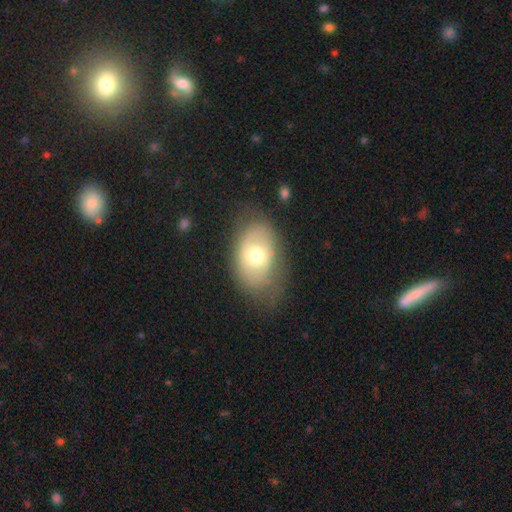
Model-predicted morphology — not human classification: This is possibly a smooth galaxy (55%). How rounded: clearly in between (86%). Merging: likely none (60%).